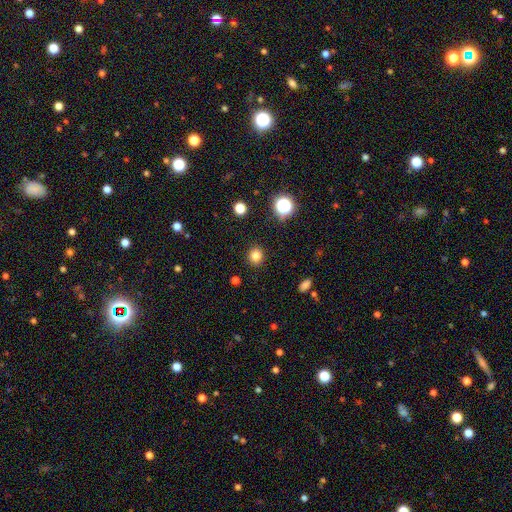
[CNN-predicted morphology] This appears to be a smooth galaxy with no disk features (81%) that is round (86%). Merging: none (91%).